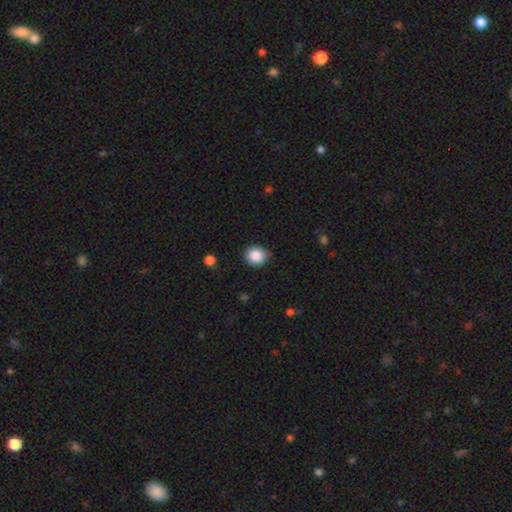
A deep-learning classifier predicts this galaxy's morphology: smooth 88%, star or artifact 9%, featured or disk 4%. Down the decision tree: how rounded — round (84%); merging — none (83%).